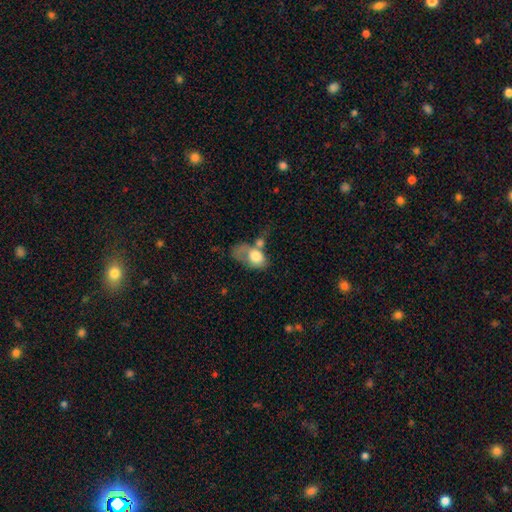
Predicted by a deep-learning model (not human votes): A smooth galaxy with no disk features (69%) that is in between round and cigar-shaped (75%). Merging: merger (42%).